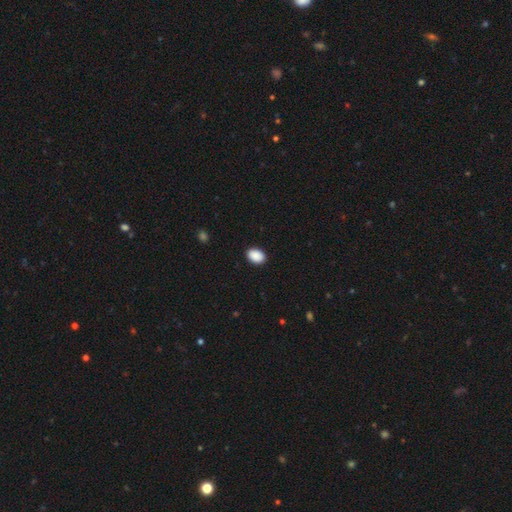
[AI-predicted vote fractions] Overall: smooth (91%). How rounded: in between (80%). Merging: none (90%).